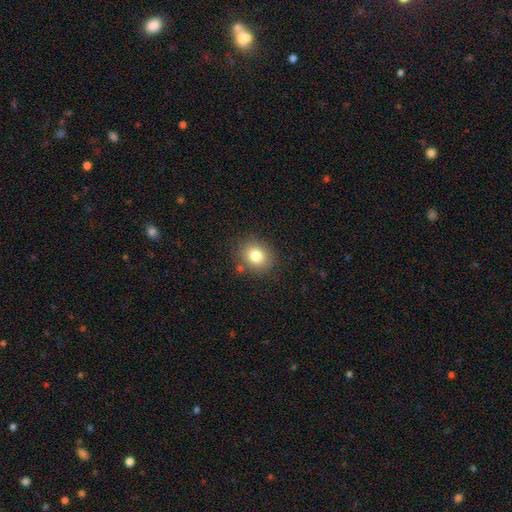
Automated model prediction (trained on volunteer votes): Smooth or featured?
  - smooth: 80% *
  - star or artifact: 11%
  - featured or disk: 9%
How rounded?
  - round: 65% *
  - in between: 35%
  - cigar-shaped: 1%
Merging?
  - none: 83% *
  - minor disturbance: 10%
  - major disturbance: 3%
  - merger: 3%